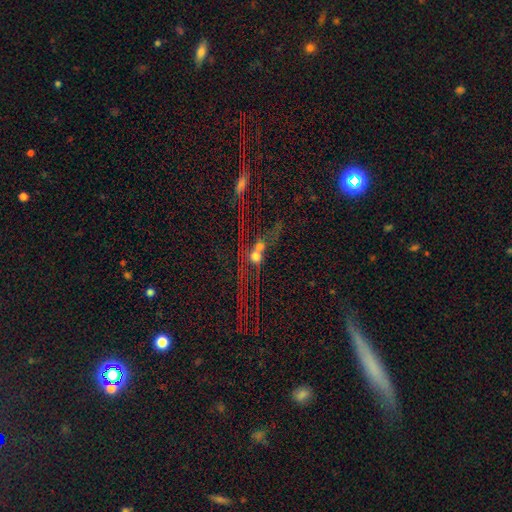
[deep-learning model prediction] smooth 36%, featured or disk 34%, star or artifact 31%. Down the decision tree: merging — merger (48%).